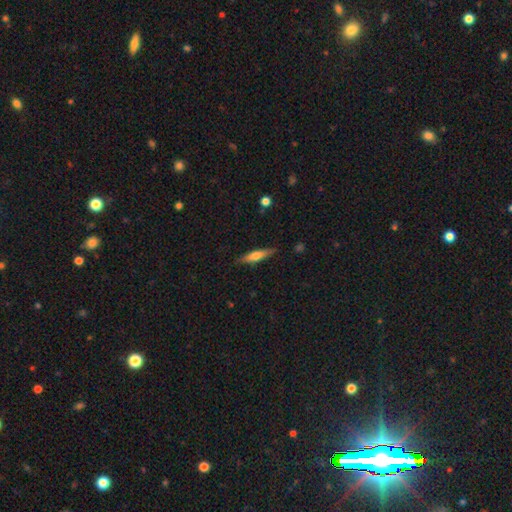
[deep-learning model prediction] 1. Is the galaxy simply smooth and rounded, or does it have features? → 51% smooth, 43% featured or disk, 6% star or artifact.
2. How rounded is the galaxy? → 81% cigar-shaped, 17% in between, 2% round.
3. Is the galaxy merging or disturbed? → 86% none, 10% minor disturbance, 2% major disturbance, 1% merger.